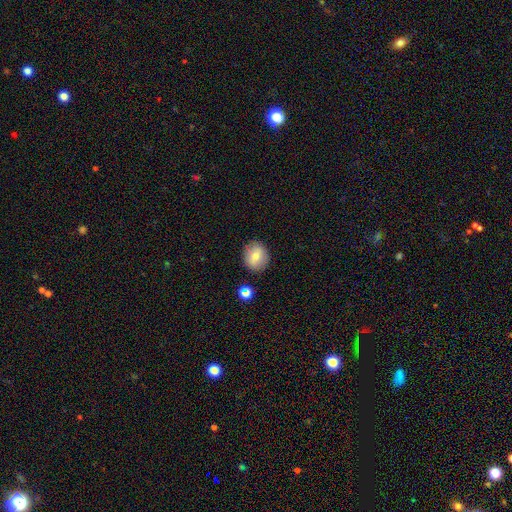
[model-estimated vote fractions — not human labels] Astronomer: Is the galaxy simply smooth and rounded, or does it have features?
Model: smooth — 76%.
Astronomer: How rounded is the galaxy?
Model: round — 72%.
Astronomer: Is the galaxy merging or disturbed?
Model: none — 83%.